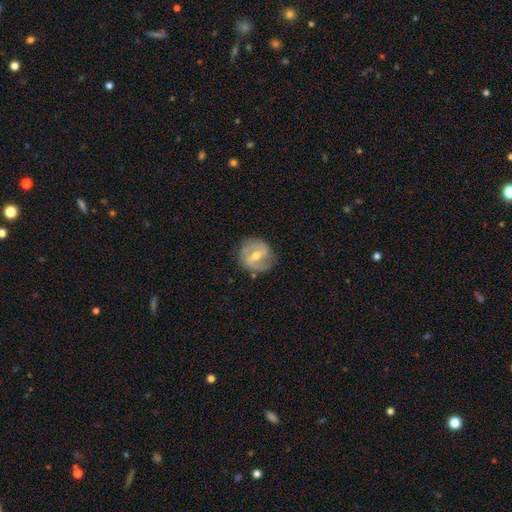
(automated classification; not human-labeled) A featured or disk galaxy (78%) with a weak bar (47%), 2 (83%) medium (45%) spiral arms (88%) and a moderate central bulge (68%).

Vote fractions:
- Smooth or featured? featured or disk: 78% / smooth: 17% / star or artifact: 6%
- Edge-on disk? no: 97% / yes: 3%
- Bar? weak: 47% / strong: 36% / no: 17%
- Spiral arms? yes: 88% / no: 12%
- Spiral winding? medium: 45% / tight: 37% / loose: 18%
- Spiral arm count? 2: 83% / can't tell: 9% / 1: 5% / 3: 2% / 4: 1% / more than 4: 1%
- Bulge size? moderate: 68% / small: 26% / large: 3% / none: 1% / dominant: 1%
- Merging? none: 79% / minor disturbance: 15% / major disturbance: 5% / merger: 1%